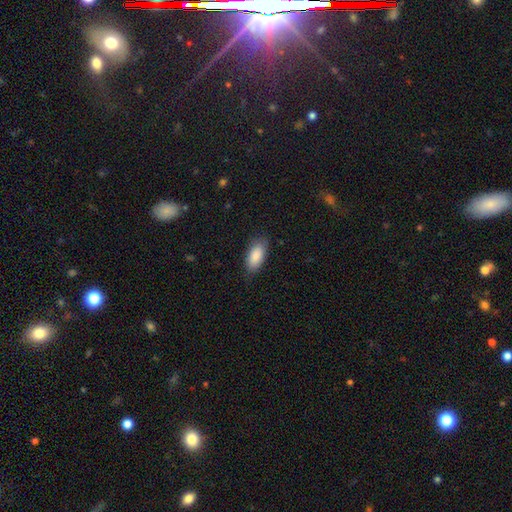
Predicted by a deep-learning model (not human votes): Morphology: type=smooth (88%); roundness=in between (89%); merging=none (81%).